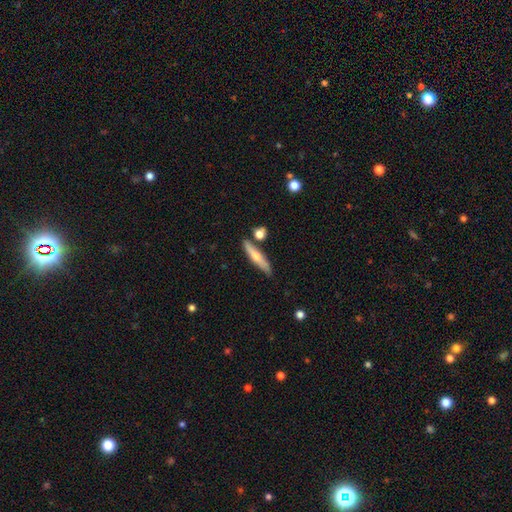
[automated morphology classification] A smooth galaxy with no disk features (52%) that is cigar-shaped (86%).

Vote fractions:
- Smooth or featured? smooth: 52% / featured or disk: 42% / star or artifact: 6%
- How rounded? cigar-shaped: 86% / in between: 12% / round: 2%
- Merging? none: 78% / minor disturbance: 12% / merger: 7% / major disturbance: 3%